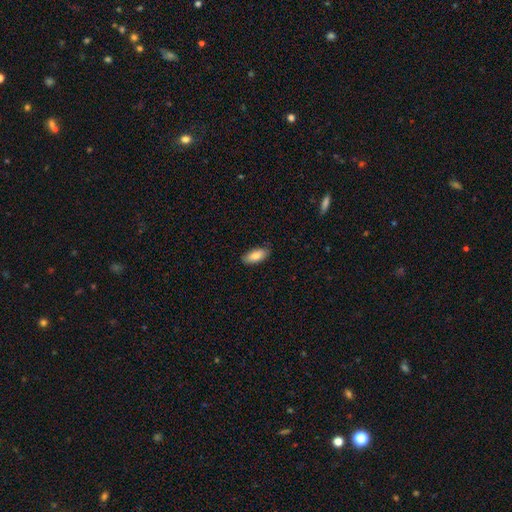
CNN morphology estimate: A smooth galaxy with no disk features (84%) that is in between round and cigar-shaped (88%).

Vote fractions:
- Smooth or featured? smooth: 84% / featured or disk: 10% / star or artifact: 6%
- How rounded? in between: 88% / cigar-shaped: 10% / round: 2%
- Merging? none: 83% / minor disturbance: 14% / major disturbance: 2% / merger: 1%